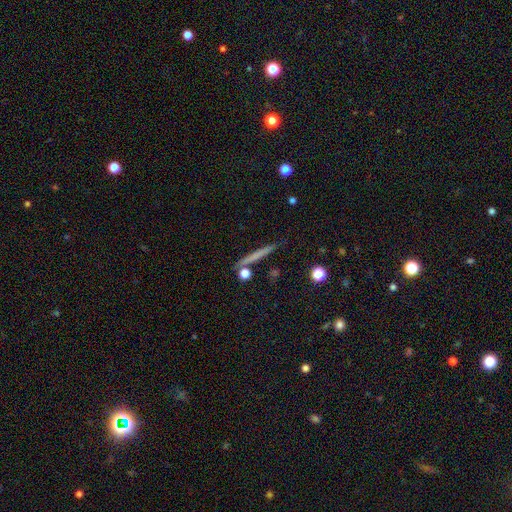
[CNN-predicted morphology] Smooth or featured: smooth — 53% (featured or disk — 39%)
How rounded: cigar-shaped — 93% (round — 4%)
Merging: none — 85% (minor disturbance — 8%)